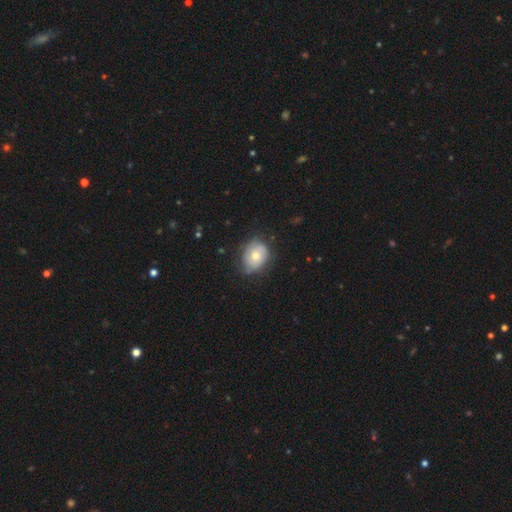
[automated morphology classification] This is likely a smooth galaxy (64%). How rounded: possibly round (53%). Merging: likely none (64%).